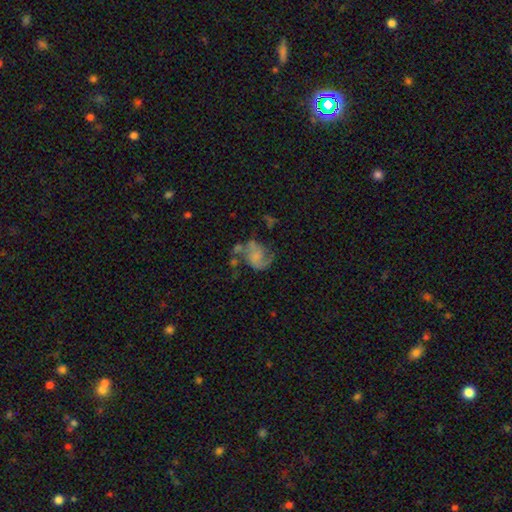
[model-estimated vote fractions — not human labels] This appears to be a featured or disk galaxy (63%) with no bar (69%), 2 (76%) medium (43%) spiral arms (82%) and a small central bulge (53%). Merging: none (40%).